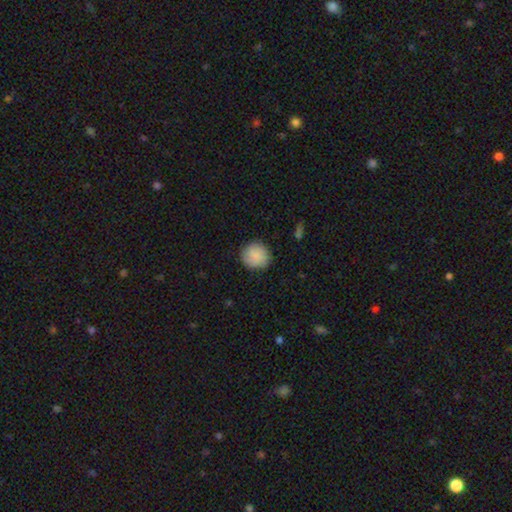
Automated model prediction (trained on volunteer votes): Smooth or featured?
  - smooth: 86% *
  - featured or disk: 7%
  - star or artifact: 6%
How rounded?
  - round: 88% *
  - in between: 11%
  - cigar-shaped: 1%
Merging?
  - none: 86% *
  - minor disturbance: 10%
  - major disturbance: 2%
  - merger: 1%